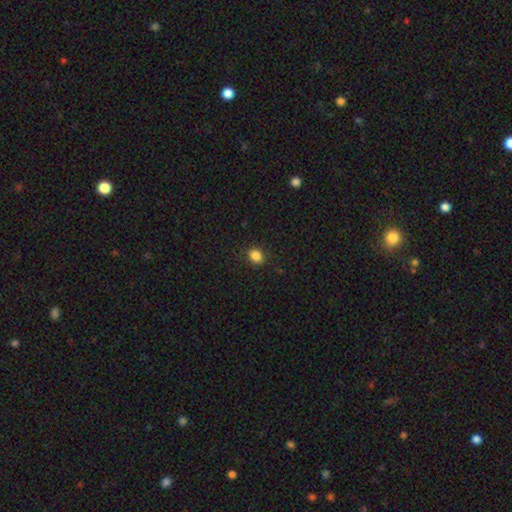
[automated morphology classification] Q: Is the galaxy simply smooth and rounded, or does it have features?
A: smooth — 86%.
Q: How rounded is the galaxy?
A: round — 58%.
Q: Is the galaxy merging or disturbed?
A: none — 88%.